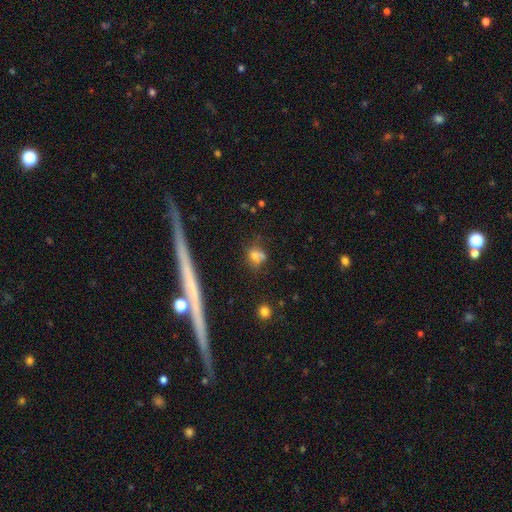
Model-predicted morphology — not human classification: smooth_or_featured: smooth (p=0.64) [alt: featured or disk p=0.19]
how_rounded: round (p=0.57) [alt: in between p=0.36]
merging: none (p=0.52) [alt: merger p=0.19]